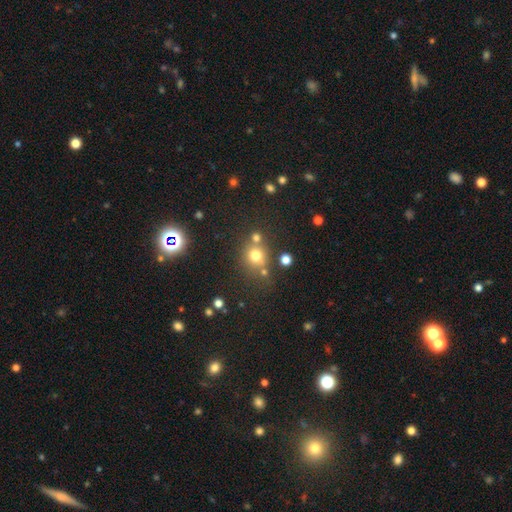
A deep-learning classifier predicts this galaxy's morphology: This is likely a smooth galaxy (71%). How rounded: clearly round (83%). Merging: likely none (63%).